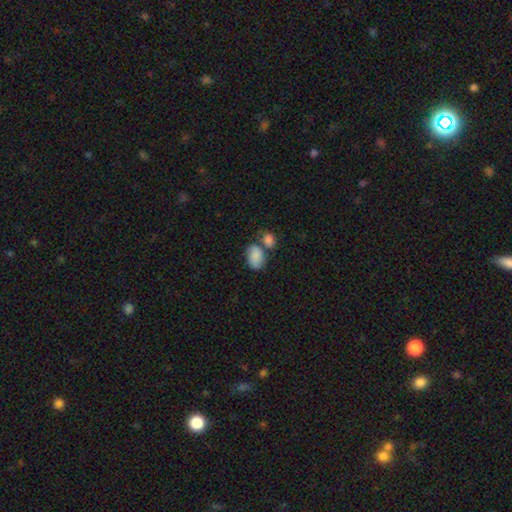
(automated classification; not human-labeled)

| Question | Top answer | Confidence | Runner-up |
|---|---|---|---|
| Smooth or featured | smooth | 83% | featured or disk (9%) |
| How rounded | in between | 86% | round (13%) |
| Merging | none | 38% | tied: merger (38%) |